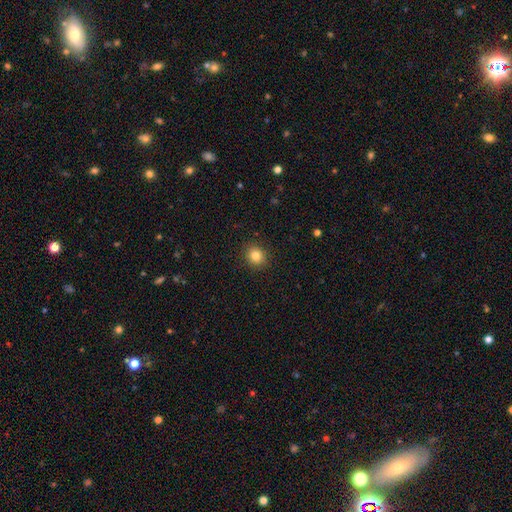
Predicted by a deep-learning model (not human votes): A smooth galaxy with no disk features (83%) that is round (80%). Merging: none (91%).